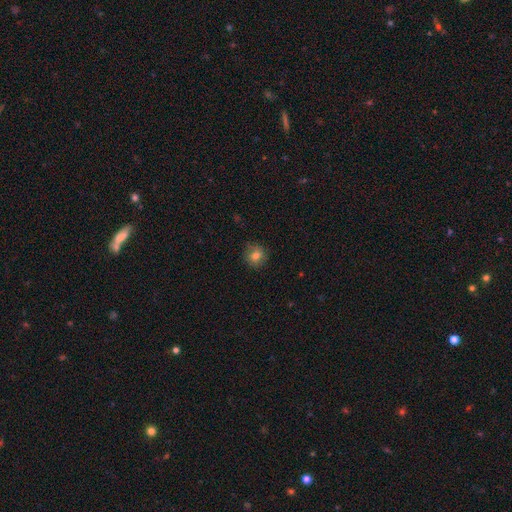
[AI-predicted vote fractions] A smooth galaxy with no disk features (78%) that is round (88%). Merging: none (84%).